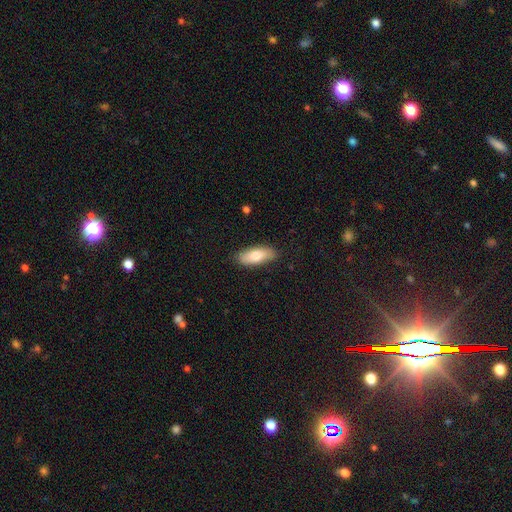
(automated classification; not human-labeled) Smooth or featured?
  - smooth: 79% *
  - featured or disk: 16%
  - star or artifact: 6%
How rounded?
  - in between: 75% *
  - cigar-shaped: 22%
  - round: 2%
Merging?
  - none: 86% *
  - minor disturbance: 11%
  - major disturbance: 2%
  - merger: 1%